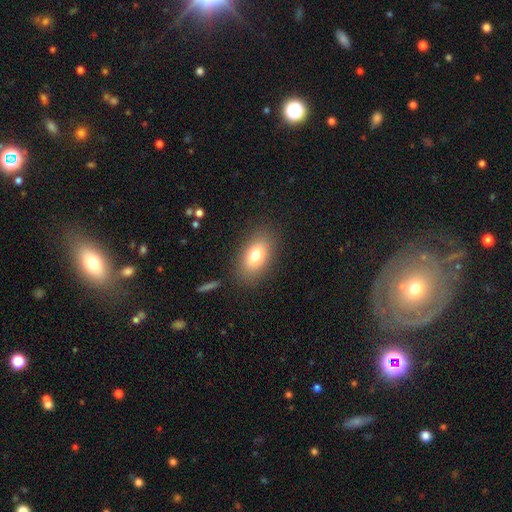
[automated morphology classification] type=smooth (75%); roundness=in between (86%); merging=none (84%).